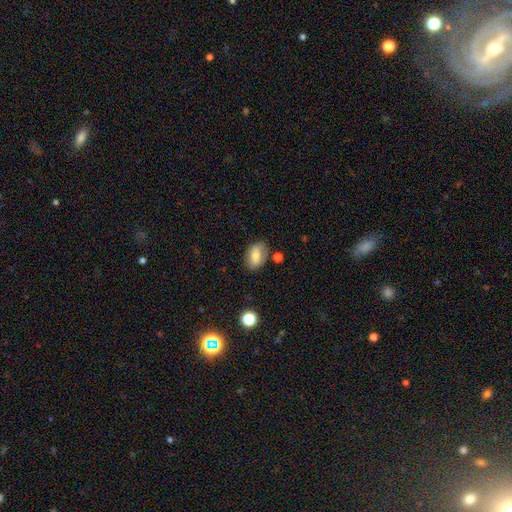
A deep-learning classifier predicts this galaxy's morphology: A smooth galaxy with no disk features (64%) that is in between round and cigar-shaped (84%). Merging: none (72%).